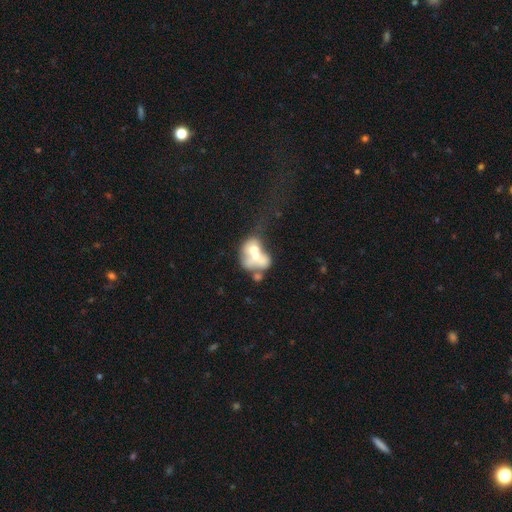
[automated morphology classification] smooth_or_featured: smooth (p=0.46) [alt: featured or disk p=0.44]
merging: merger (p=0.67) [alt: major disturbance p=0.13]